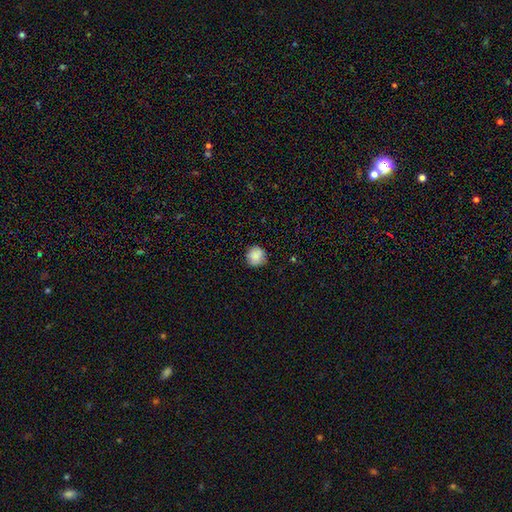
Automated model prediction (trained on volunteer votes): Smooth or featured?
  - smooth: 86% *
  - star or artifact: 8%
  - featured or disk: 6%
How rounded?
  - round: 93% *
  - in between: 6%
  - cigar-shaped: 1%
Merging?
  - none: 85% *
  - minor disturbance: 11%
  - major disturbance: 2%
  - merger: 1%